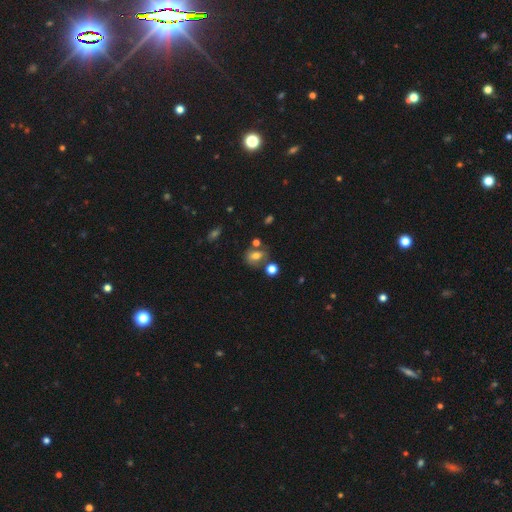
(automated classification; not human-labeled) smooth 64%, featured or disk 20%, star or artifact 16%. Down the decision tree: how rounded — in between (52%); merging — none (58%).